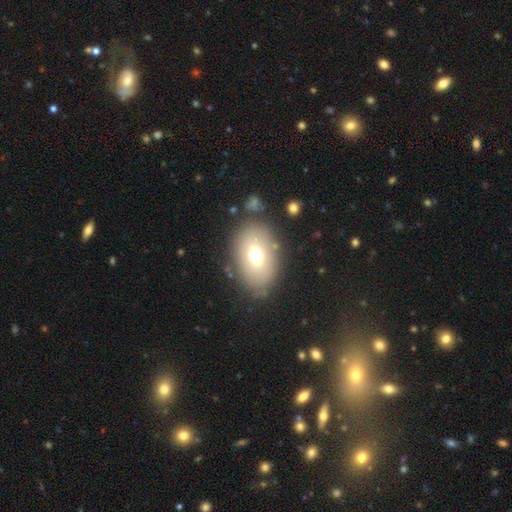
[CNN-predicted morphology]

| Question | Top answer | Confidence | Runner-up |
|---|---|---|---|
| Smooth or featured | smooth | 66% | featured or disk (24%) |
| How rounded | in between | 83% | round (15%) |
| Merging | none | 80% | minor disturbance (11%) |